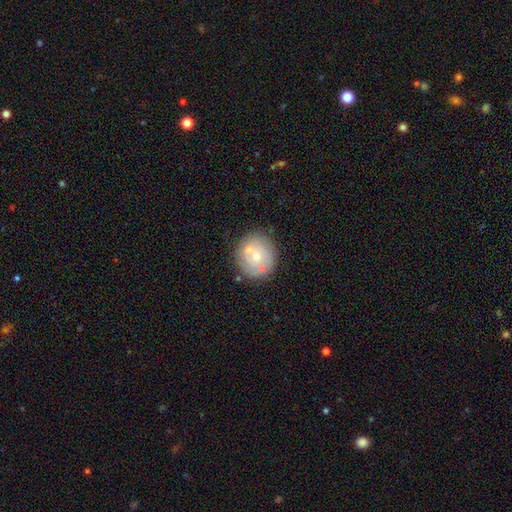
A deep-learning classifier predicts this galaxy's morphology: Overall: featured or disk (48%; smooth 45%). Merging: none (68%).